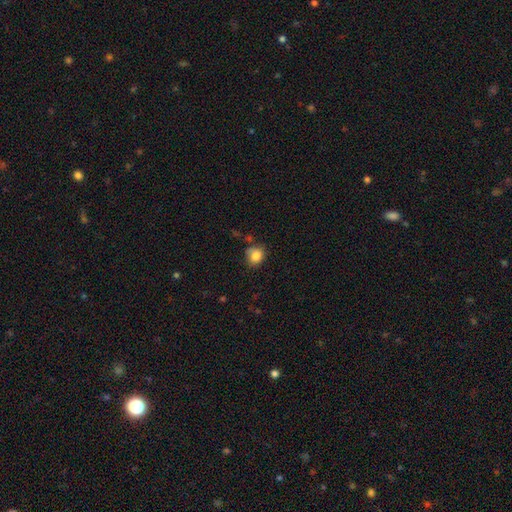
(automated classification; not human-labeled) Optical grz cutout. It shows a smooth galaxy with no disk features (84%) that is round (77%). Merging: none (70%).